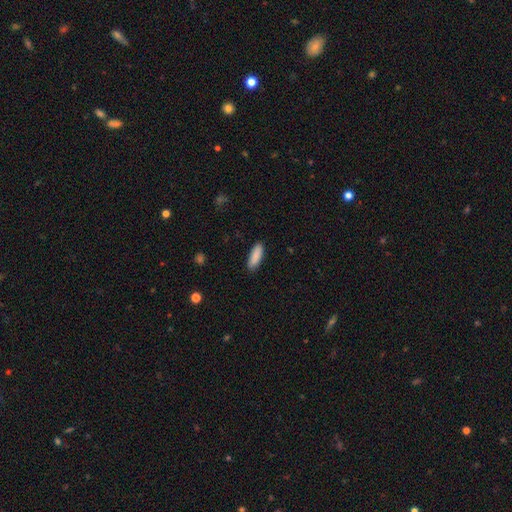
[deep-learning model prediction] Q: Smooth or featured?
A: smooth (89%); runner-up: star or artifact (6%)
Q: How rounded?
A: in between (56%); runner-up: cigar-shaped (42%)
Q: Merging?
A: none (88%); runner-up: minor disturbance (9%)